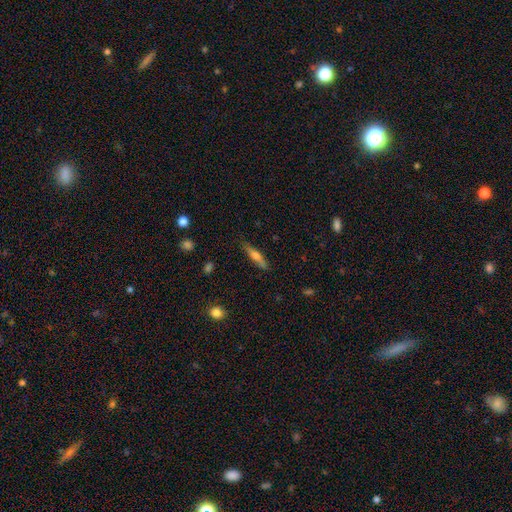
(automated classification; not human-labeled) Smooth or featured: smooth — 55% (featured or disk — 38%)
How rounded: cigar-shaped — 78% (in between — 19%)
Merging: none — 81% (minor disturbance — 14%)